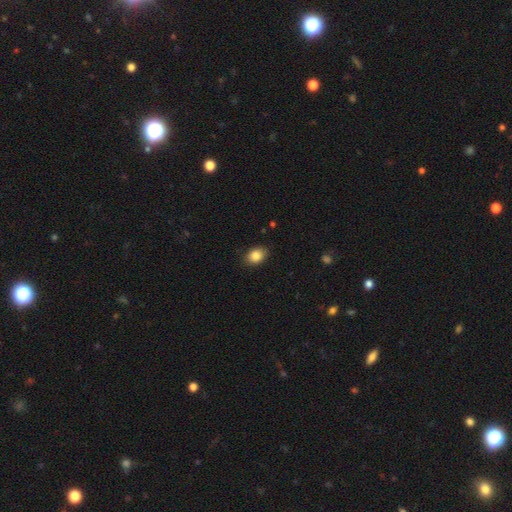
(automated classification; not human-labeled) The model was most divided on "how rounded": in between: 71%, round: 28%, cigar-shaped: 1%. More confident: smooth or featured — smooth (86%); merging — none (84%).